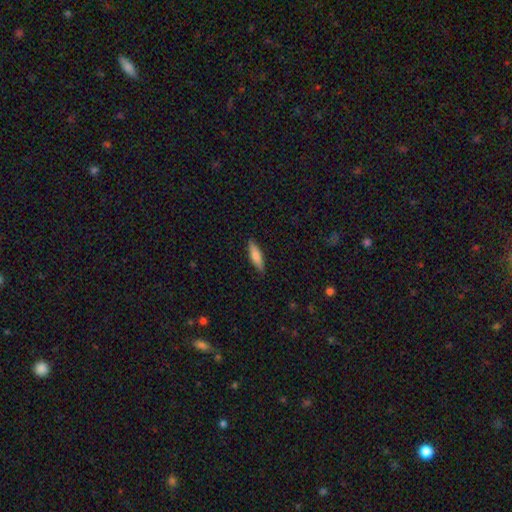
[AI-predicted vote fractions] This is likely a smooth galaxy (71%). How rounded: likely cigar-shaped (66%). Merging: clearly none (89%).